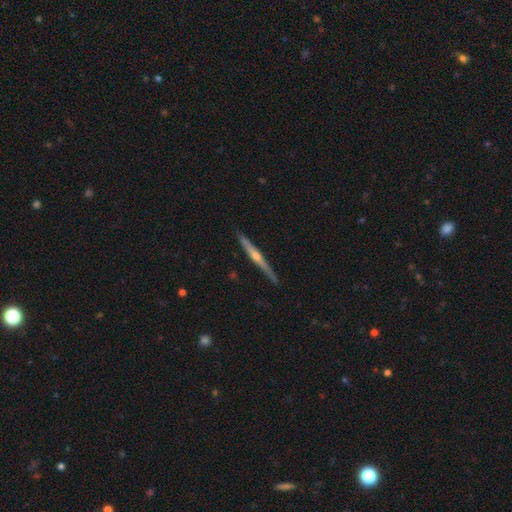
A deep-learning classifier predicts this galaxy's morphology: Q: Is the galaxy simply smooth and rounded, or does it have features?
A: featured or disk — 76%.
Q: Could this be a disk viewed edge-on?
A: yes — 98%.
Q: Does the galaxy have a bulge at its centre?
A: rounded — 82%.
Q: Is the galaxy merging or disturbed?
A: none — 90%.